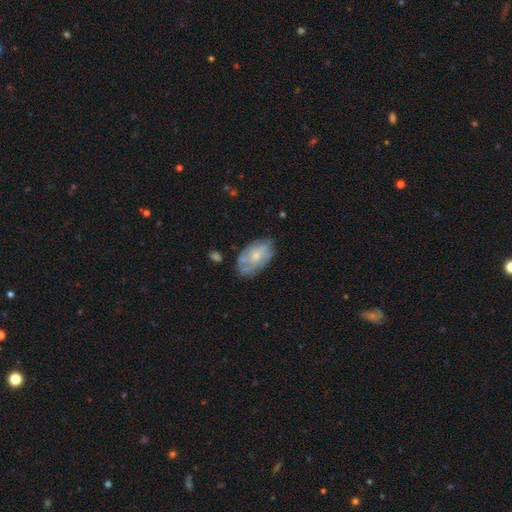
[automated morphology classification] smooth_or_featured: smooth (p=0.49) [alt: featured or disk p=0.44]
merging: none (p=0.64) [alt: minor disturbance p=0.25]